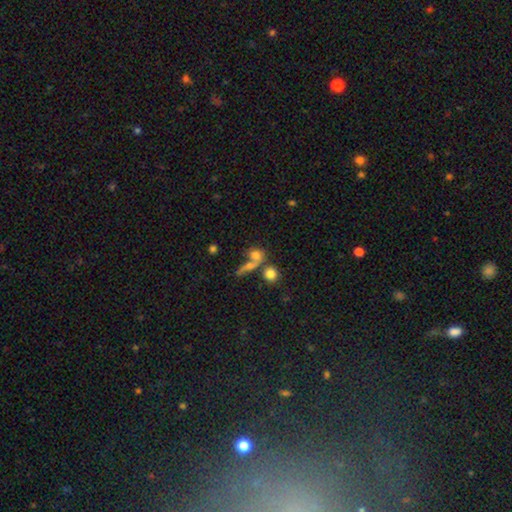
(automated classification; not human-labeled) smooth_or_featured: smooth (p=0.69) [alt: featured or disk p=0.18]
how_rounded: round (p=0.55) [alt: in between p=0.38]
merging: merger (p=0.49) [alt: none p=0.33]